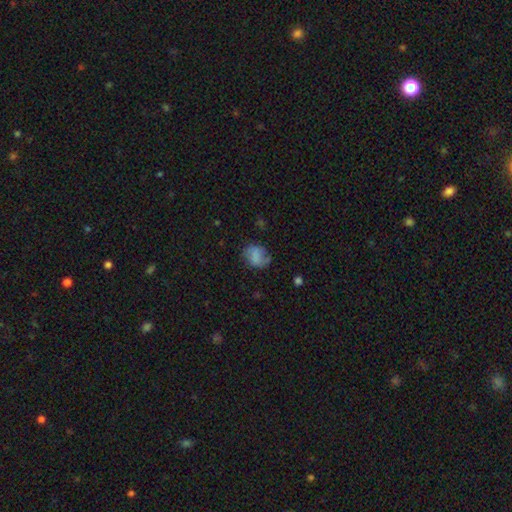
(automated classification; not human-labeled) Smooth or featured: smooth — 64% (featured or disk — 25%)
How rounded: in between — 51% (round — 48%)
Merging: none — 59% (minor disturbance — 26%)